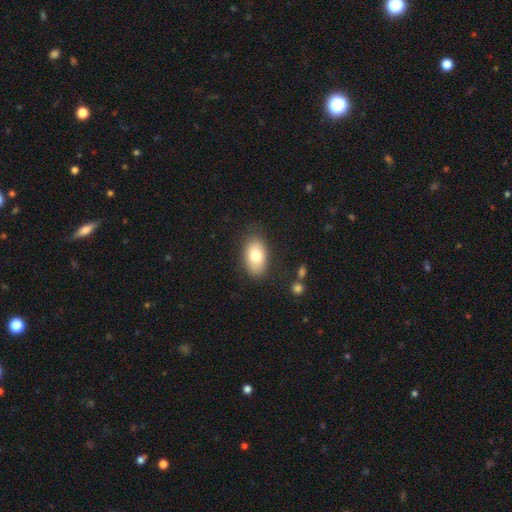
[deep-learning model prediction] Overall: smooth (76%). How rounded: in between (91%). Merging: none (82%).